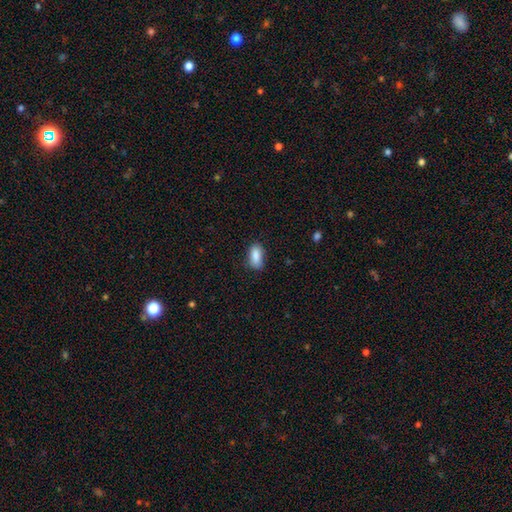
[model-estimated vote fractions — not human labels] smooth_or_featured: smooth (p=0.87) [alt: star or artifact p=0.08]
how_rounded: in between (p=0.89) [alt: cigar-shaped p=0.07]
merging: none (p=0.75) [alt: minor disturbance p=0.20]